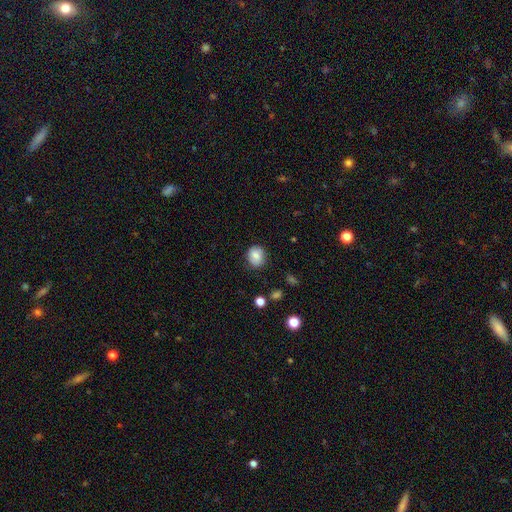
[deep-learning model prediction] This appears to be a smooth galaxy with no disk features (80%) that is round (67%). Merging: none (79%).